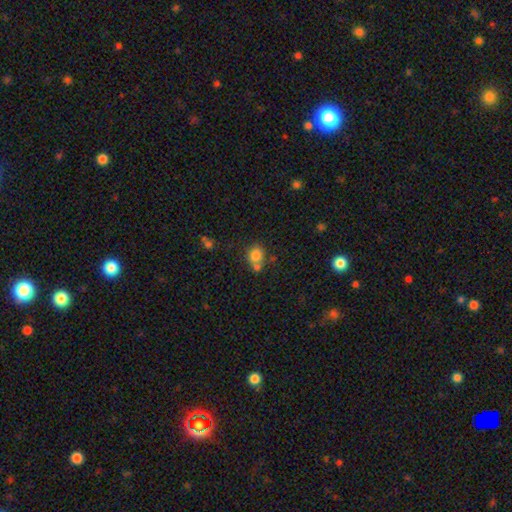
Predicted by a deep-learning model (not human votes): Q: Smooth or featured?
A: smooth (80%); runner-up: star or artifact (11%)
Q: How rounded?
A: round (61%); runner-up: in between (38%)
Q: Merging?
A: none (48%); runner-up: merger (33%)